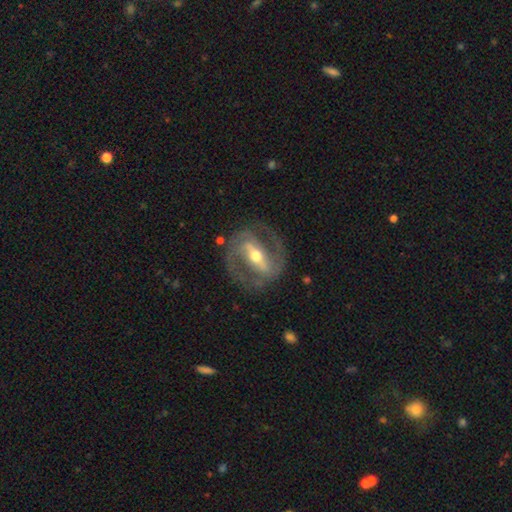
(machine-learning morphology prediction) Smooth or featured?
  - featured or disk: 86% *
  - smooth: 9%
  - star or artifact: 5%
Edge-on disk?
  - no: 94% *
  - yes: 6%
Bar?
  - strong: 65% *
  - weak: 24%
  - no: 11%
Spiral arms?
  - yes: 87% *
  - no: 13%
Spiral winding?
  - medium: 49% *
  - tight: 37%
  - loose: 14%
Spiral arm count?
  - 2: 89% *
  - can't tell: 6%
  - 1: 2%
  - 3: 2%
  - 4: 1%
  - more than 4: 1%
Bulge size?
  - moderate: 62% *
  - small: 32%
  - large: 4%
  - none: 1%
  - dominant: 1%
Merging?
  - none: 80% *
  - minor disturbance: 12%
  - major disturbance: 7%
  - merger: 1%